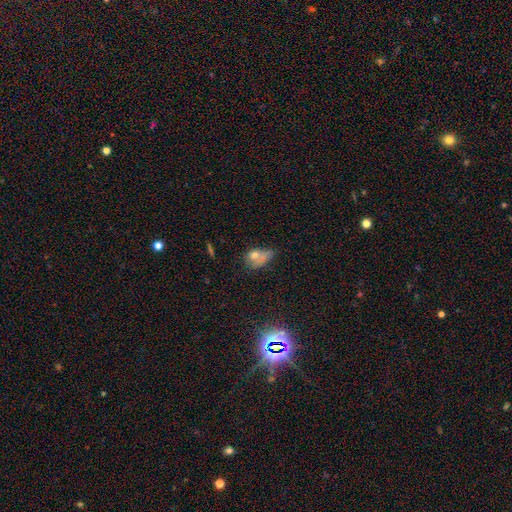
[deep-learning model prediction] The model was most divided on "merging": none: 30%, minor disturbance: 28%, major disturbance: 26%, merger: 16%. More confident: how rounded — in between (68%); smooth or featured — smooth (56%).